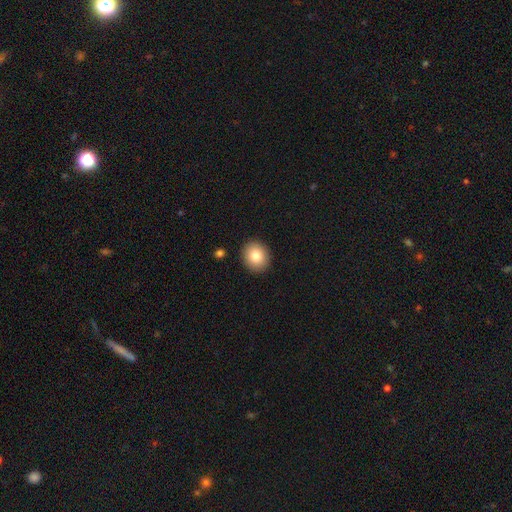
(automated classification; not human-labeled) smooth 82%, featured or disk 9%, star or artifact 9%. Down the decision tree: how rounded — round (71%); merging — none (91%).